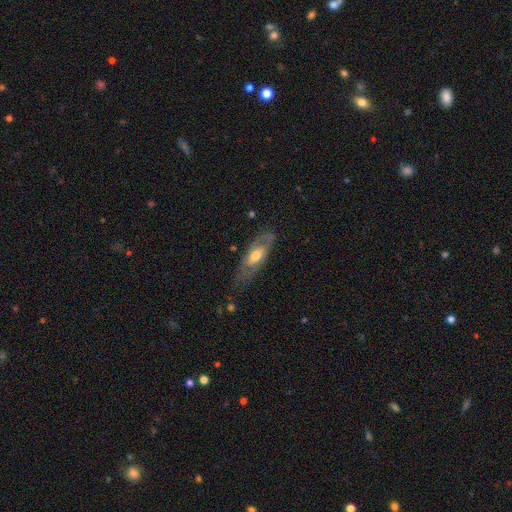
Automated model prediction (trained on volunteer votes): Overall: featured or disk (52%; smooth 42%). Edge-on disk: no (72%). Merging: none (65%).